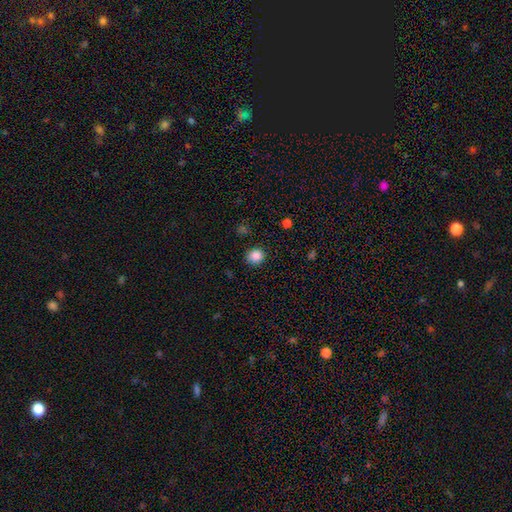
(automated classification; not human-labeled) This is clearly a smooth galaxy (86%). How rounded: clearly round (87%). Merging: clearly none (89%).